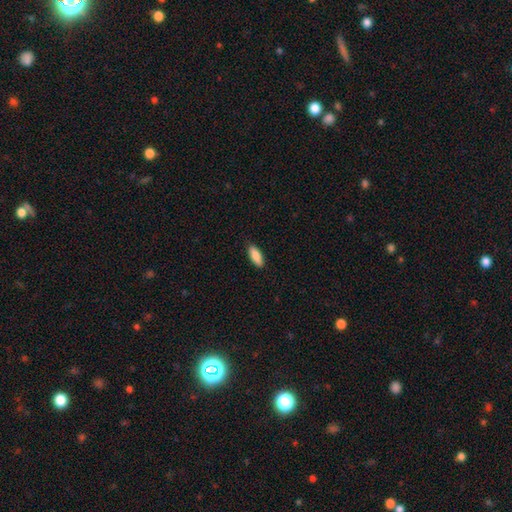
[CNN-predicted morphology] Smooth or featured? smooth (87%)
How rounded? in between (69%)
Merging? none (87%)